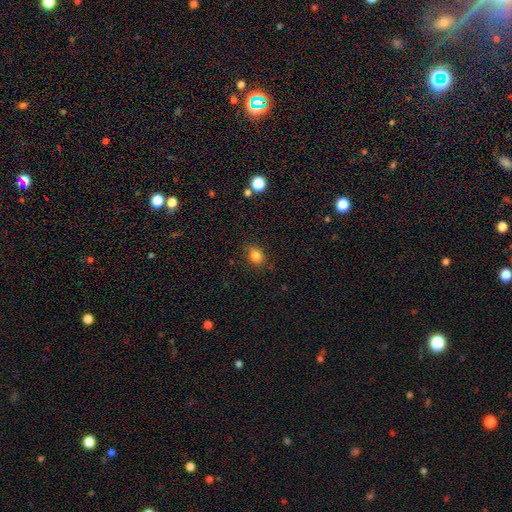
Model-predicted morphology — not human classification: A smooth galaxy with no disk features (83%) that is in between round and cigar-shaped (62%).

Vote fractions:
- Smooth or featured? smooth: 83% / star or artifact: 11% / featured or disk: 6%
- How rounded? in between: 62% / round: 36% / cigar-shaped: 1%
- Merging? none: 84% / minor disturbance: 12% / major disturbance: 3% / merger: 1%